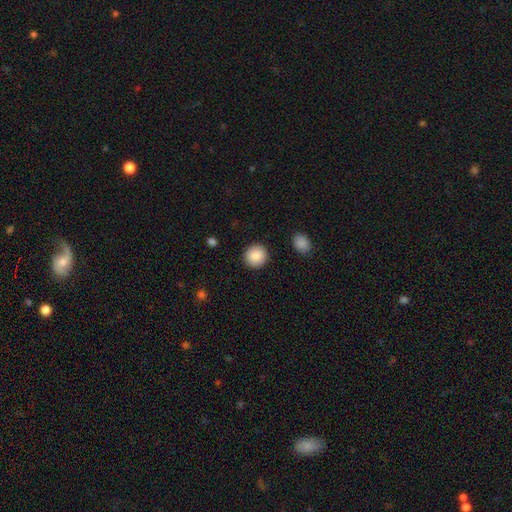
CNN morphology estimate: Smooth or featured? Predicted: smooth (p=0.89). How rounded? Predicted: round (p=0.92). Merging? Predicted: none (p=0.91).